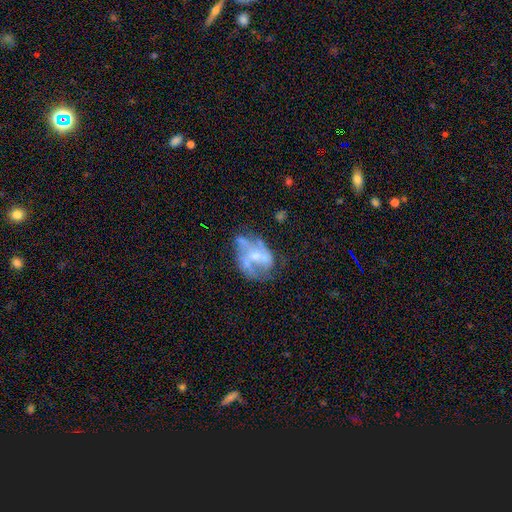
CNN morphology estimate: This is likely a featured or disk galaxy (69%). It is clearly not viewed edge-on (97%). Bar: possibly no (53%). Spiral arm pattern: possibly yes (58%). Central bulge: marginally small (39%). Merging: marginally none (39%).